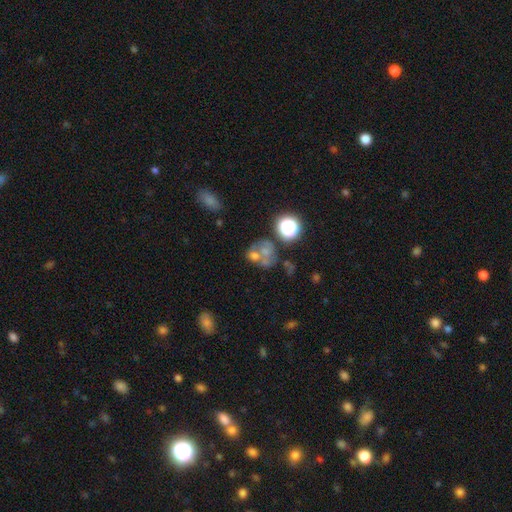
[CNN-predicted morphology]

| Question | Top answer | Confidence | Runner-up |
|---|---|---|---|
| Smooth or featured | smooth | 46% | featured or disk (30%) |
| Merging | merger | 46% | none (32%) |